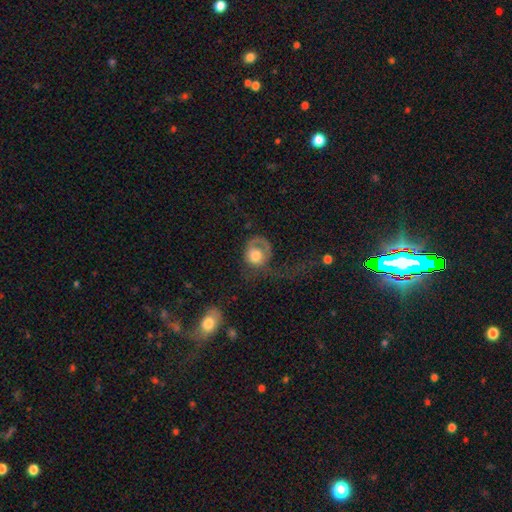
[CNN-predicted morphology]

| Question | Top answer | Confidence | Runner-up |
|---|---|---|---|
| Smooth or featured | smooth | 52% | featured or disk (39%) |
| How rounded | round | 72% | in between (27%) |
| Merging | major disturbance | 54% | none (26%) |